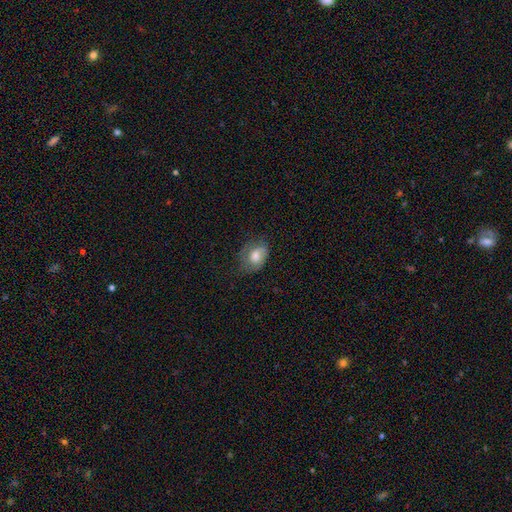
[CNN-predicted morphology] This appears to be a smooth galaxy with no disk features (64%) that is in between round and cigar-shaped (69%). Merging: none (54%).